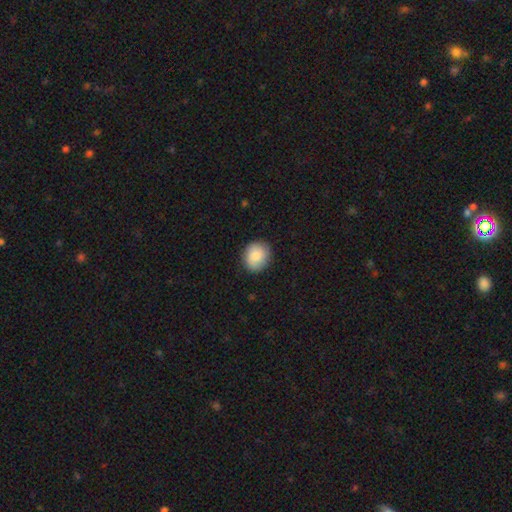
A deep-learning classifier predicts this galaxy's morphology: smooth-or-featured: smooth: 83% | featured or disk: 10% | star or artifact: 7%
  how-rounded: round: 70% | in between: 29% | cigar-shaped: 1%
  merging: none: 86% | minor disturbance: 10% | major disturbance: 2% | merger: 1%